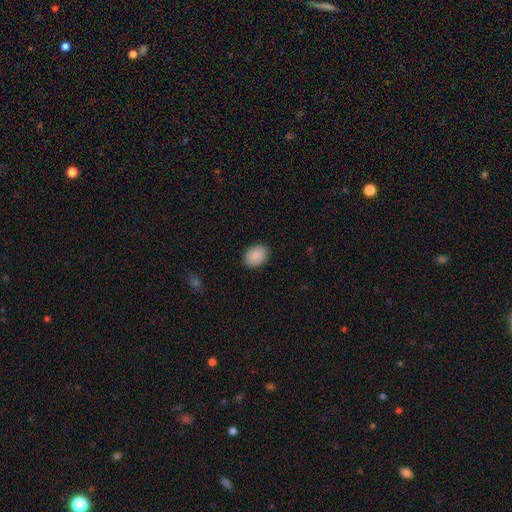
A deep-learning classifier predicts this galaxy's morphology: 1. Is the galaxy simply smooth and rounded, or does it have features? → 90% smooth, 7% star or artifact, 3% featured or disk.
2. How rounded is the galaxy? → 67% in between, 32% round, 1% cigar-shaped.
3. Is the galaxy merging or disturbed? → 89% none, 8% minor disturbance, 2% major disturbance, 1% merger.